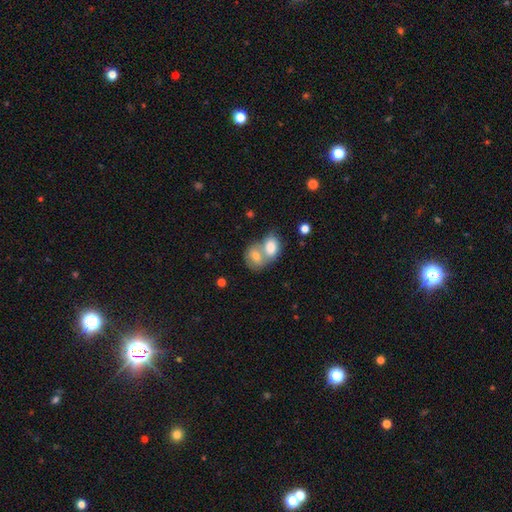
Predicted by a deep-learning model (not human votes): Q: Smooth or featured?
A: smooth (74%); runner-up: featured or disk (19%)
Q: How rounded?
A: in between (70%); runner-up: round (29%)
Q: Merging?
A: merger (71%); runner-up: none (19%)